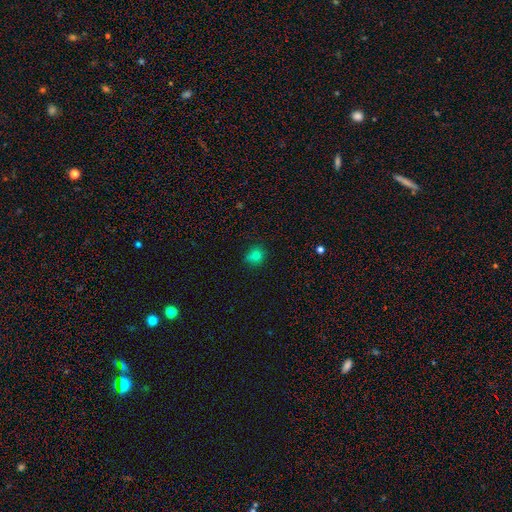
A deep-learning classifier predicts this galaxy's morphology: A smooth galaxy with no disk features (78%) that is round (68%). Merging: none (73%).